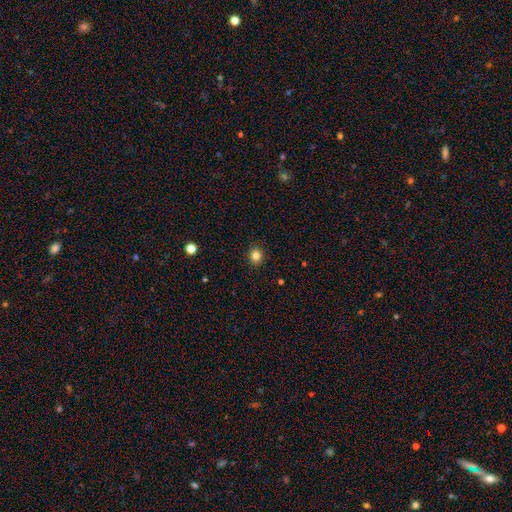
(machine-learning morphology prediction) This is clearly a smooth galaxy (83%). How rounded: clearly round (83%). Merging: clearly none (91%).